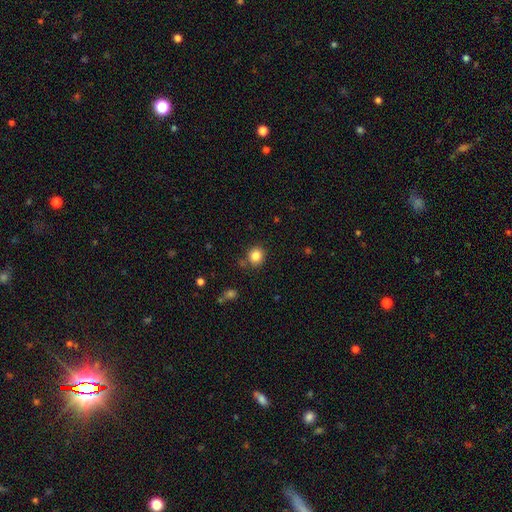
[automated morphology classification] smooth 84%, star or artifact 11%, featured or disk 5%. Down the decision tree: how rounded — round (84%); merging — none (82%).